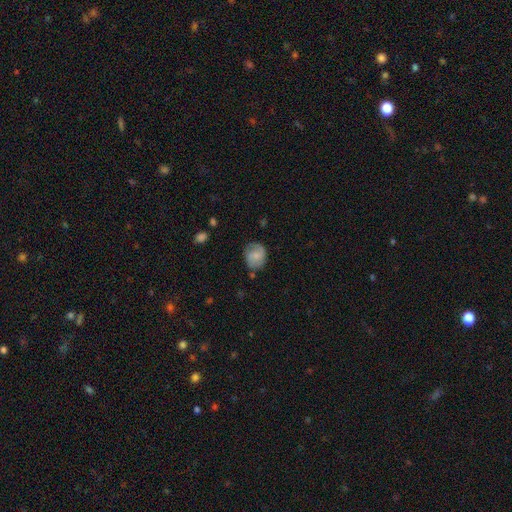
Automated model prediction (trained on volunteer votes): Smooth or featured?
  - smooth: 58% *
  - featured or disk: 34%
  - star or artifact: 8%
How rounded?
  - round: 65% *
  - in between: 34%
  - cigar-shaped: 1%
Merging?
  - none: 66% *
  - minor disturbance: 24%
  - major disturbance: 7%
  - merger: 2%